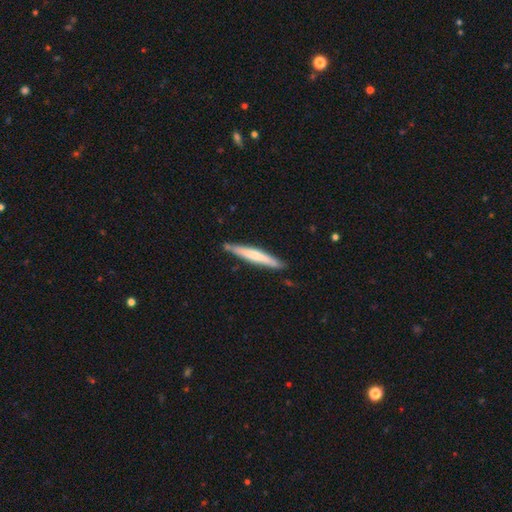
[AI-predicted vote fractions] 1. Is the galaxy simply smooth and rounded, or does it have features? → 55% smooth, 40% featured or disk, 5% star or artifact.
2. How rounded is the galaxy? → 95% cigar-shaped, 4% in between, 1% round.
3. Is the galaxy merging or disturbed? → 83% none, 12% minor disturbance, 3% merger, 2% major disturbance.